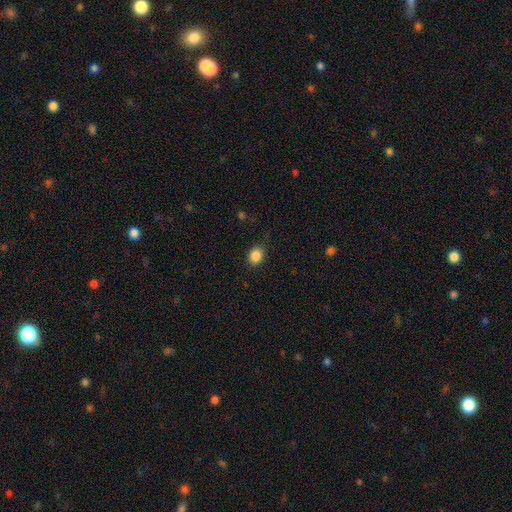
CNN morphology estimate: Smooth or featured: smooth — 87% (star or artifact — 9%)
How rounded: in between — 50% (round — 49%)
Merging: none — 84% (minor disturbance — 12%)